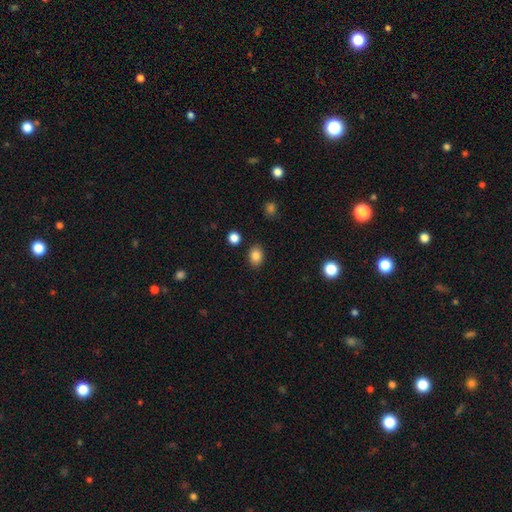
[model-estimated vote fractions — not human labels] A smooth galaxy with no disk features (84%) that is in between round and cigar-shaped (63%). Merging: none (86%).